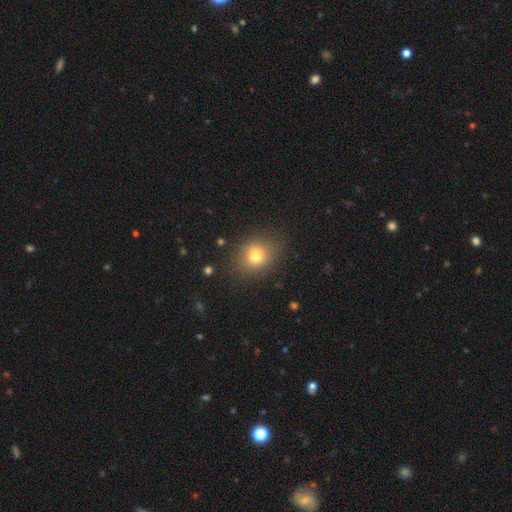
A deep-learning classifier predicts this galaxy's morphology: The model was most divided on "how rounded": round: 62%, in between: 37%, cigar-shaped: 1%. More confident: merging — none (83%); smooth or featured — smooth (77%).